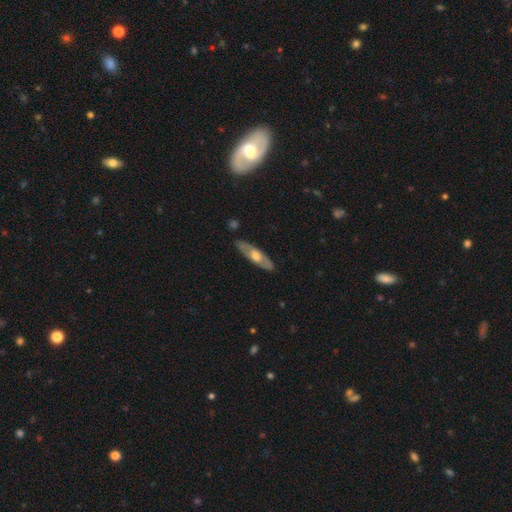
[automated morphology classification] This is possibly a featured or disk galaxy (57%). It is possibly not viewed edge-on (52%). Merging: clearly none (84%).